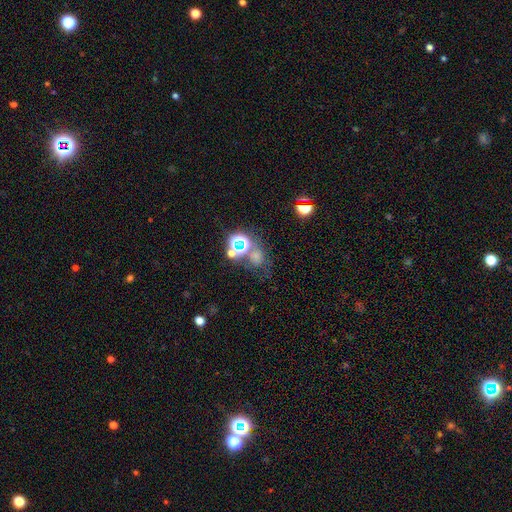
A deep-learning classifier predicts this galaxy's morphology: The model was most divided on "smooth or featured": star or artifact: 57%, smooth: 27%, featured or disk: 16%.